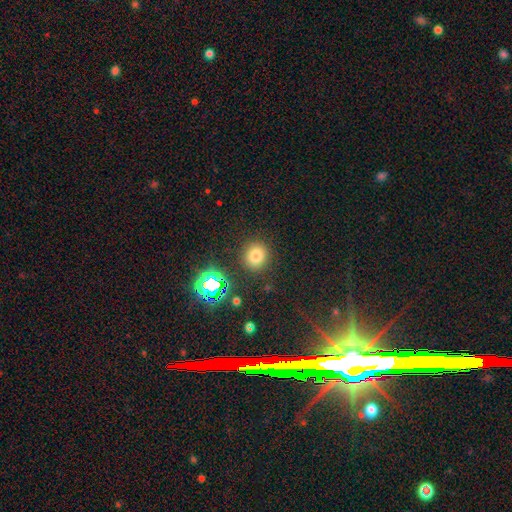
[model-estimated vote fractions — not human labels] Smooth or featured? smooth (74%)
How rounded? round (85%)
Merging? none (88%)